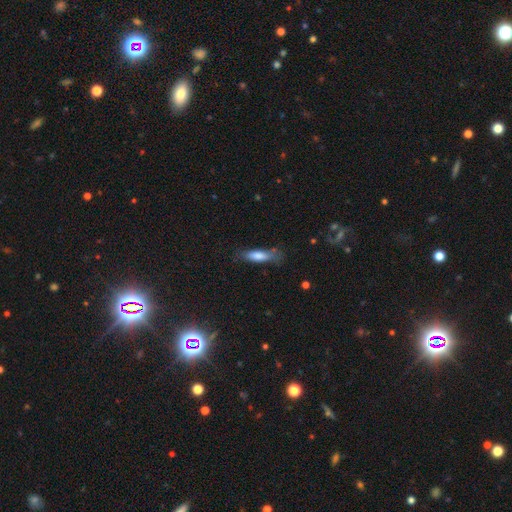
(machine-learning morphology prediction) A smooth galaxy with no disk features (62%) that is cigar-shaped (64%). Merging: none (64%).